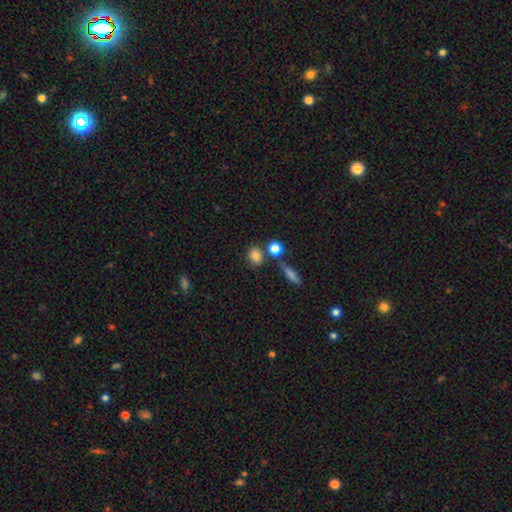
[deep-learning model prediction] smooth-or-featured: smooth: 80% | star or artifact: 11% | featured or disk: 9%
  how-rounded: round: 64% | in between: 33% | cigar-shaped: 3%
  merging: none: 71% | merger: 15% | minor disturbance: 10% | major disturbance: 3%